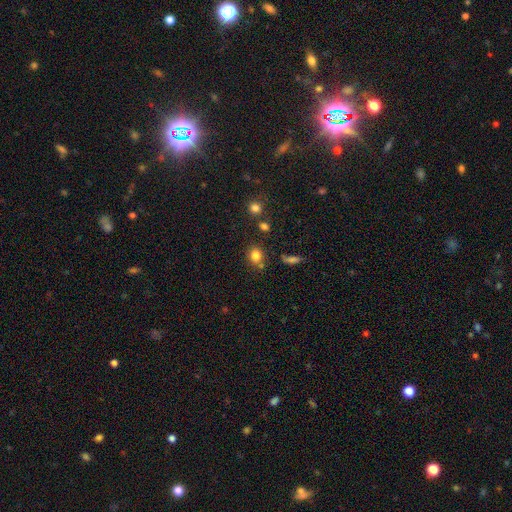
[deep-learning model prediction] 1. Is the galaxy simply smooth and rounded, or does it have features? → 81% smooth, 12% star or artifact, 6% featured or disk.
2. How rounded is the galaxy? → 68% round, 31% in between, 1% cigar-shaped.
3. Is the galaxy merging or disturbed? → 70% none, 14% minor disturbance, 12% merger, 4% major disturbance.